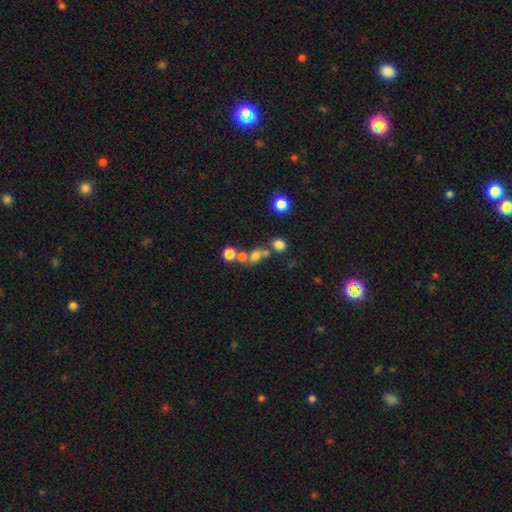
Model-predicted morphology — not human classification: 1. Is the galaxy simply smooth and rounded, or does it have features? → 62% smooth, 21% star or artifact, 17% featured or disk.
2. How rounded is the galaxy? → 54% round, 41% in between, 4% cigar-shaped.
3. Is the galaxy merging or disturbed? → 40% none (tied), 40% merger (tied), 11% minor disturbance, 9% major disturbance.